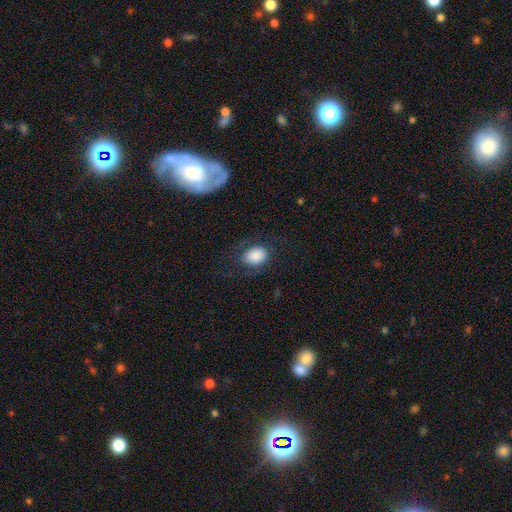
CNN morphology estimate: A smooth galaxy with no disk features (79%) that is in between round and cigar-shaped (62%). Merging: none (71%).